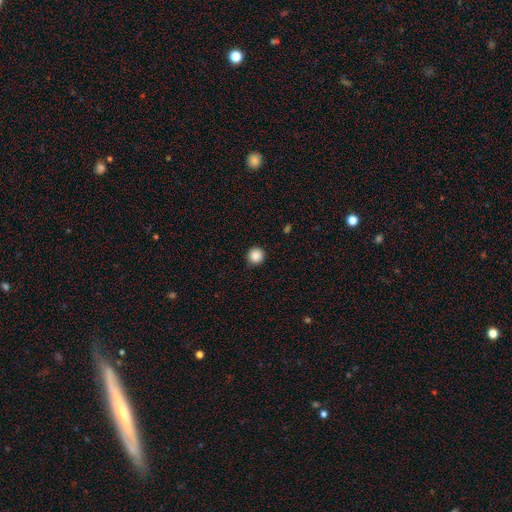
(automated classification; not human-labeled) This appears to be a smooth galaxy with no disk features (88%) that is round (96%). Merging: none (90%).